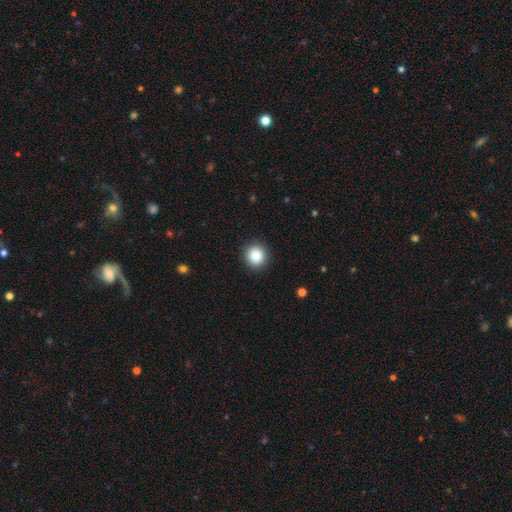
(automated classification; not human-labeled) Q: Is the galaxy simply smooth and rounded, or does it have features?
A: smooth — 88%.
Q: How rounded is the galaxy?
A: round — 92%.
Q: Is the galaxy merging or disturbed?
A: none — 91%.